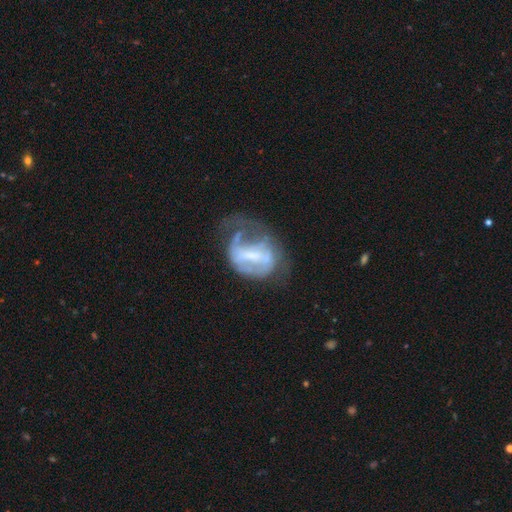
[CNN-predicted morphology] Overall: featured or disk (68%). Edge-on disk: no (95%). Bar: strong (41%; weak 37%). Spiral arms: yes (56%; no 44%). Bulge size: small (39%; moderate 29%). Merging: major disturbance (37%; none 33%).